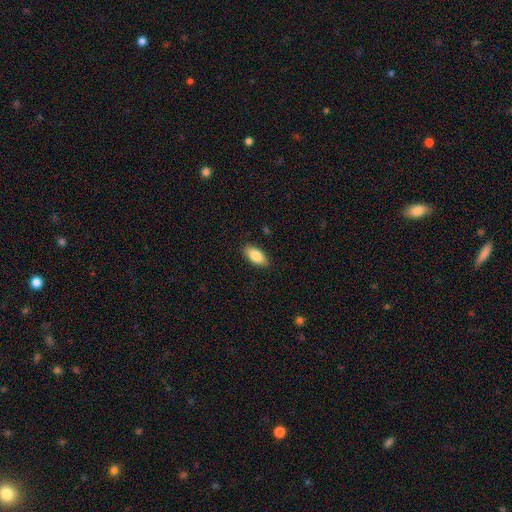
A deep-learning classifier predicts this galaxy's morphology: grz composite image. It shows a smooth galaxy with no disk features (85%) that is in between round and cigar-shaped (90%). Merging: none (88%).